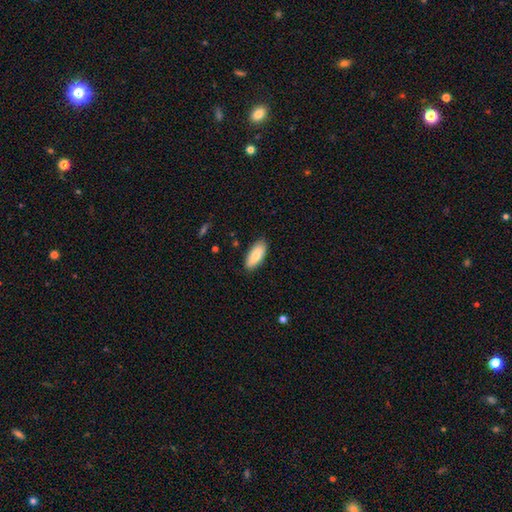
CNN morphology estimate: This appears to be a smooth galaxy with no disk features (80%) that is in between round and cigar-shaped (85%). Merging: none (87%).